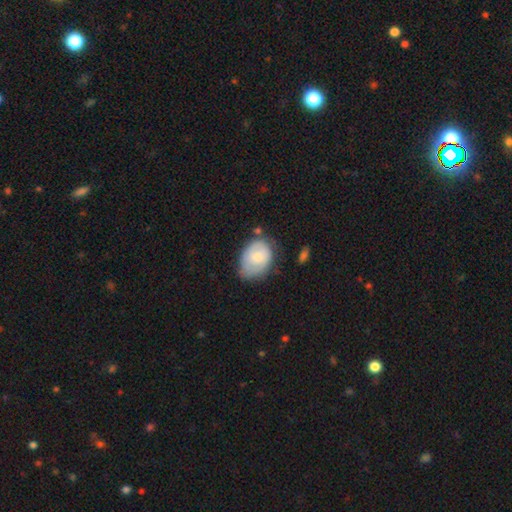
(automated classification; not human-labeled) Smooth or featured?
  - smooth: 55% *
  - featured or disk: 38%
  - star or artifact: 6%
How rounded?
  - in between: 73% *
  - round: 26%
  - cigar-shaped: 1%
Merging?
  - none: 55% *
  - minor disturbance: 32%
  - major disturbance: 9%
  - merger: 4%